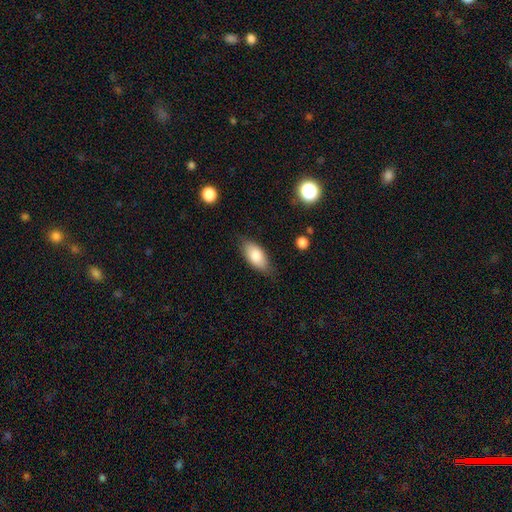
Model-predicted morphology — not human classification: The model was most divided on "merging": none: 78%, minor disturbance: 17%, major disturbance: 4%, merger: 1%. More confident: how rounded — in between (89%); smooth or featured — smooth (81%).